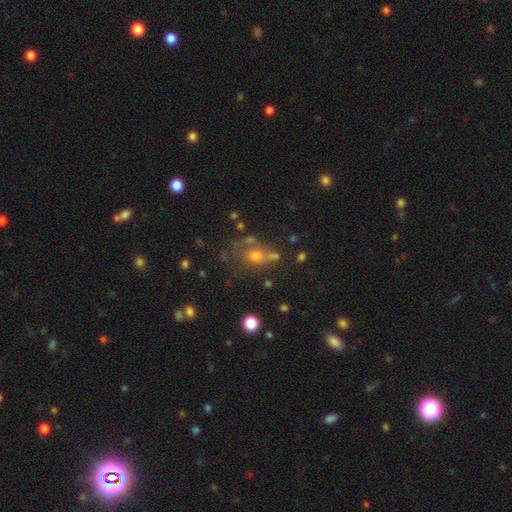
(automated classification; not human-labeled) A smooth galaxy with no disk features (62%) that is round (72%). Merging: none (51%).